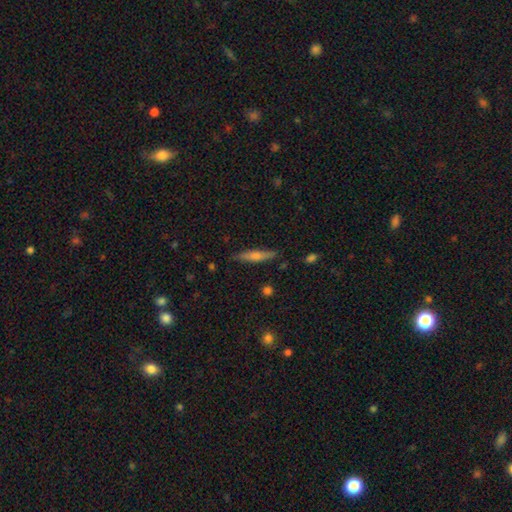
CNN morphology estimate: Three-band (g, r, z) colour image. It shows a featured or disk galaxy (50%). Merging: none (88%).